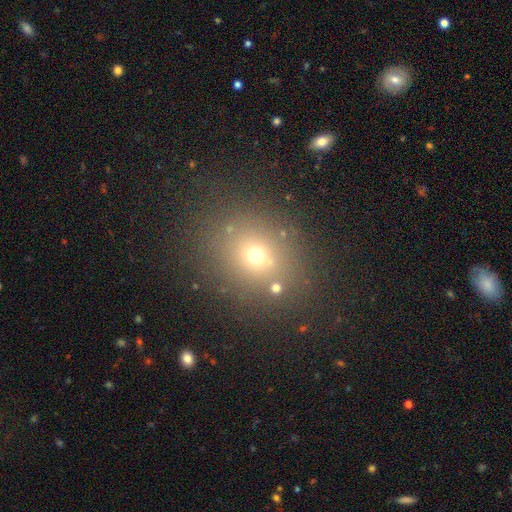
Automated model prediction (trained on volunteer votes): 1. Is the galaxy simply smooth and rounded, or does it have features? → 63% smooth, 24% star or artifact, 13% featured or disk.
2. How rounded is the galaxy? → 61% round, 38% in between, 1% cigar-shaped.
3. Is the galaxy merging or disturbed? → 78% none, 11% minor disturbance, 6% merger, 5% major disturbance.